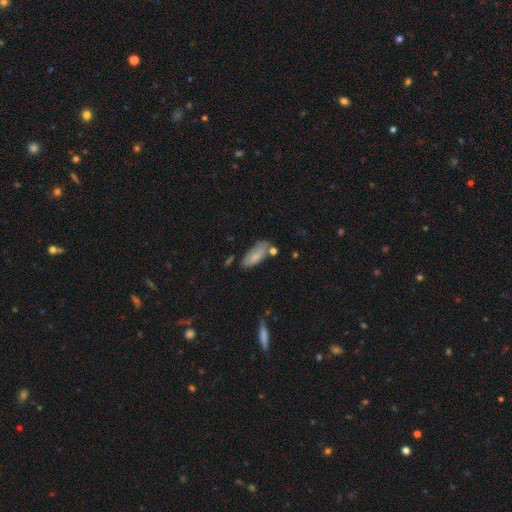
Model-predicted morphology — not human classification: This appears to be a smooth galaxy with no disk features (79%) that is in between round and cigar-shaped (77%). Merging: none (62%).